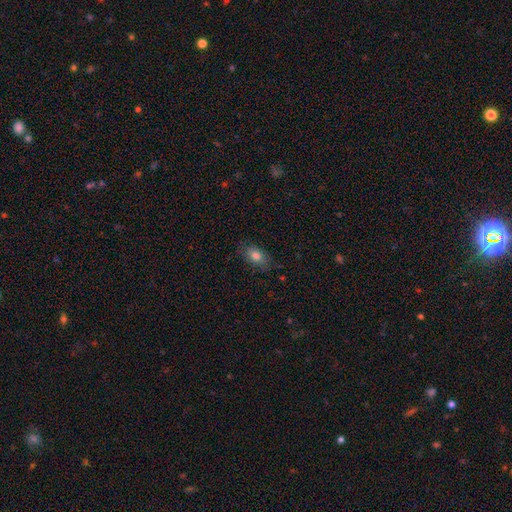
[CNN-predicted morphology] smooth_or_featured: smooth (p=0.80) [alt: featured or disk p=0.12]
how_rounded: in between (p=0.86) [alt: round p=0.11]
merging: none (p=0.79) [alt: minor disturbance p=0.17]